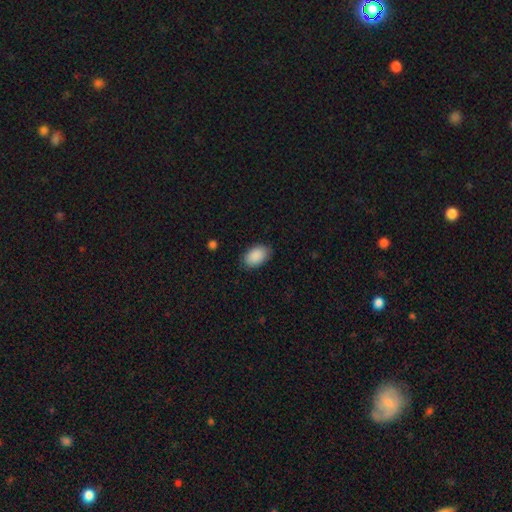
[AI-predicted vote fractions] Q: Smooth or featured?
A: smooth (90%); runner-up: star or artifact (6%)
Q: How rounded?
A: in between (92%); runner-up: round (7%)
Q: Merging?
A: none (85%); runner-up: minor disturbance (12%)